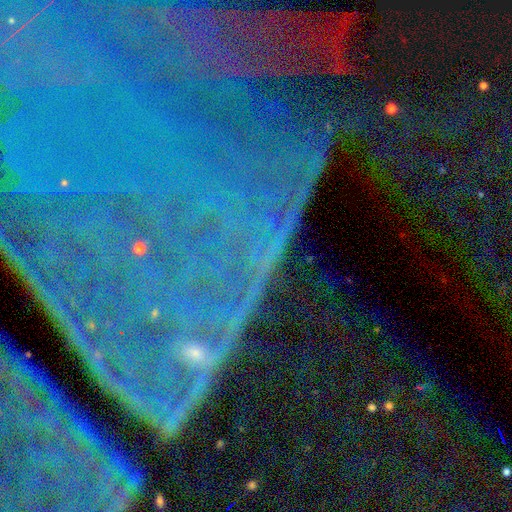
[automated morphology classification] This appears to be a star or artifact, not a galaxy (82%).